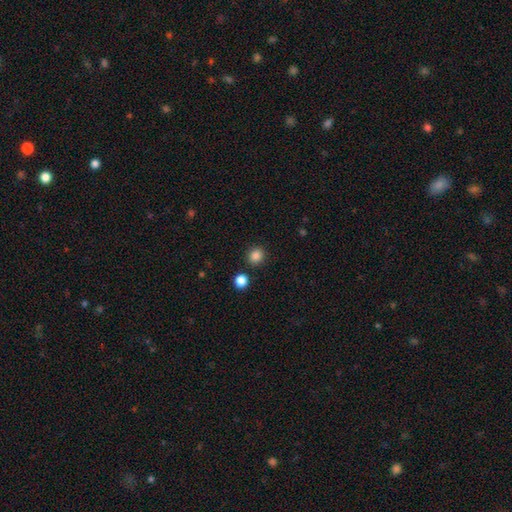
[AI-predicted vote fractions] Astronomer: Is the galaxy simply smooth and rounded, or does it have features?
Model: smooth — 85%.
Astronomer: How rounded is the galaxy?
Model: round — 86%.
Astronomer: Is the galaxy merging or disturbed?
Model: none — 88%.